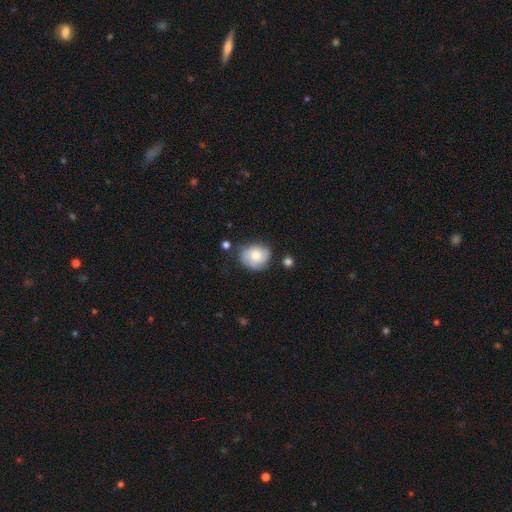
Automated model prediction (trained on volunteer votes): Smooth or featured: smooth — 57% (featured or disk — 35%)
How rounded: round — 66% (in between — 33%)
Merging: none — 67% (minor disturbance — 23%)